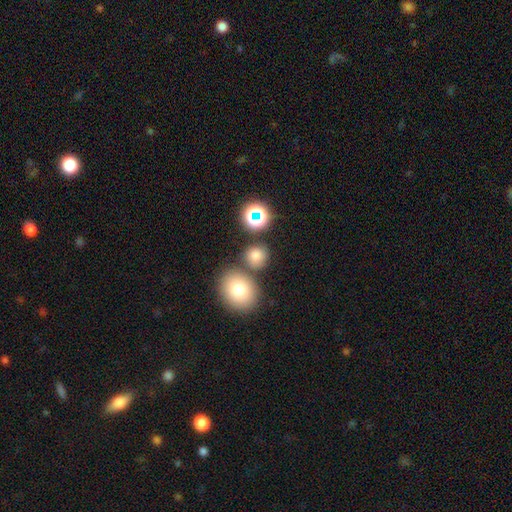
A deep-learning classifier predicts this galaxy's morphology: smooth 76%, star or artifact 16%, featured or disk 7%. Down the decision tree: how rounded — round (83%); merging — none (73%).